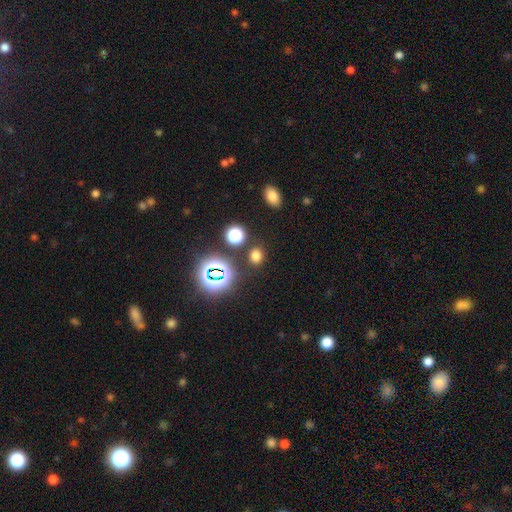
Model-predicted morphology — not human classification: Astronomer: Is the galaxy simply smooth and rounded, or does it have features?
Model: smooth — 68%.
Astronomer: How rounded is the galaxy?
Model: round — 63%.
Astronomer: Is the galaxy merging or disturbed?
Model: none — 84%.